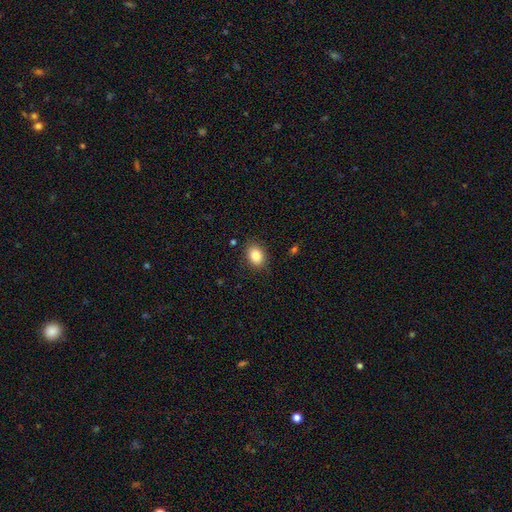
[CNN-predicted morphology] type=smooth (85%); roundness=in between (68%); merging=none (86%).